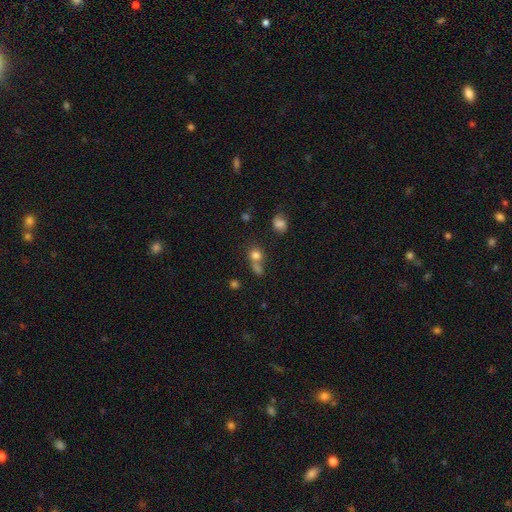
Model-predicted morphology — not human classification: A smooth galaxy with no disk features (76%) that is round (77%). Merging: none (46%).